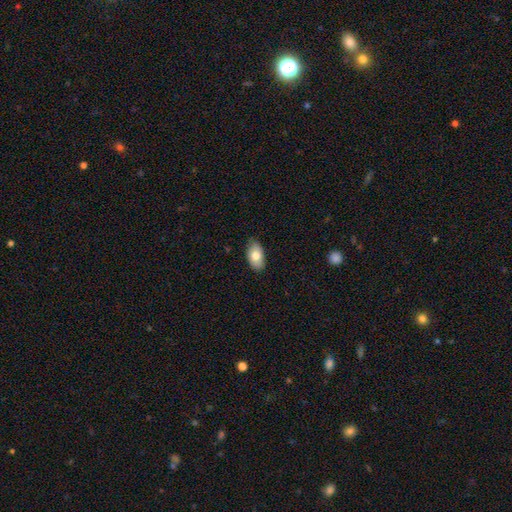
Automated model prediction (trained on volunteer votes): Smooth or featured?
  - smooth: 77% *
  - featured or disk: 16%
  - star or artifact: 7%
How rounded?
  - in between: 93% *
  - round: 5%
  - cigar-shaped: 2%
Merging?
  - none: 83% *
  - minor disturbance: 13%
  - major disturbance: 2%
  - merger: 1%